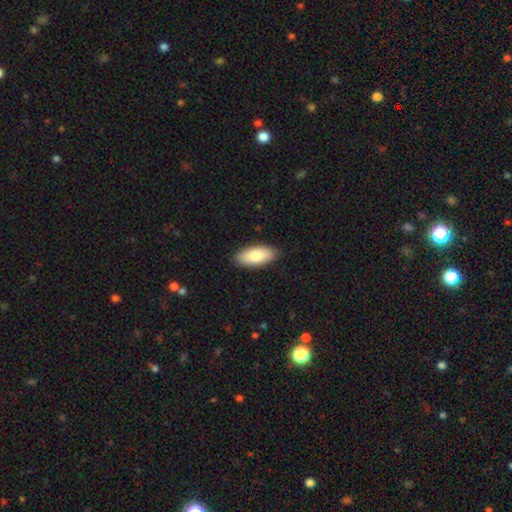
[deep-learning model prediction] This appears to be a smooth galaxy with no disk features (84%) that is in between round and cigar-shaped (88%). Merging: none (89%).